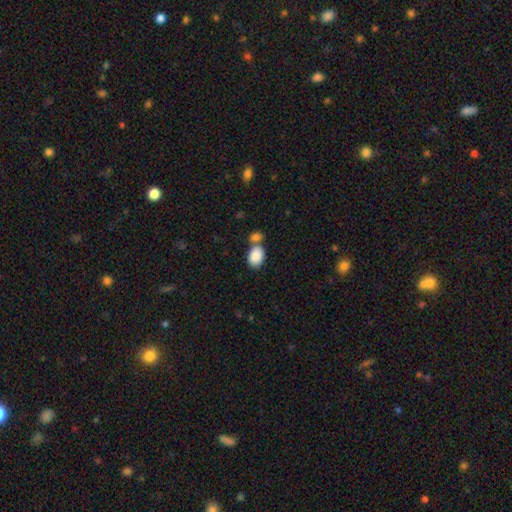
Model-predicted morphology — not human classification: This is clearly a smooth galaxy (87%). How rounded: clearly in between (81%). Merging: possibly none (48%).